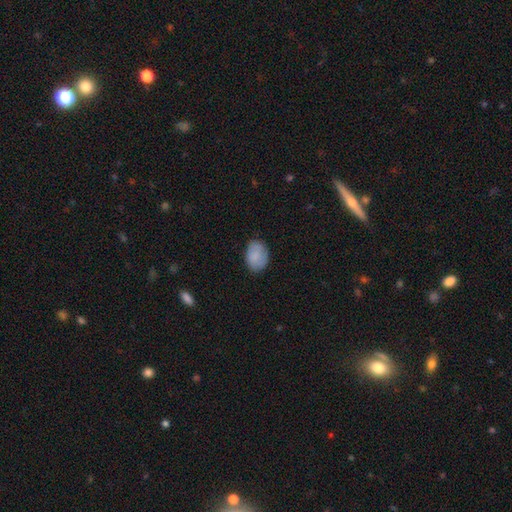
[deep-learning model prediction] The model was most divided on "how rounded": in between: 78%, round: 21%, cigar-shaped: 1%. More confident: smooth or featured — smooth (83%); merging — none (76%).